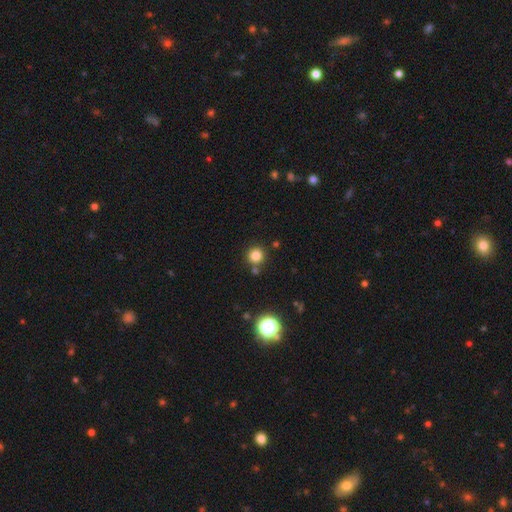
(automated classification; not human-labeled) A smooth galaxy with no disk features (81%) that is round (94%). Merging: none (82%).